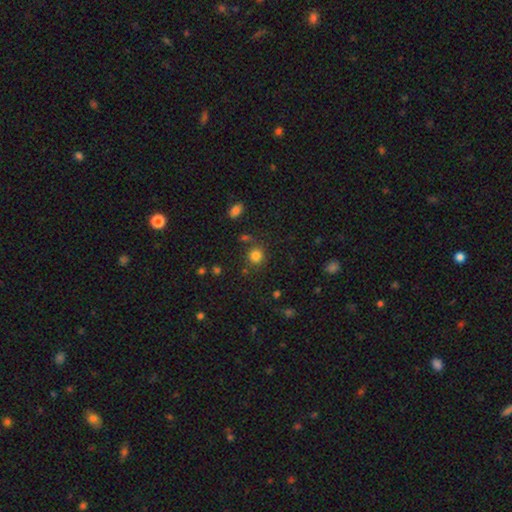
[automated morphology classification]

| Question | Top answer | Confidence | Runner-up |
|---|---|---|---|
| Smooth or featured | smooth | 82% | star or artifact (13%) |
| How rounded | round | 87% | in between (12%) |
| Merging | none | 80% | minor disturbance (10%) |